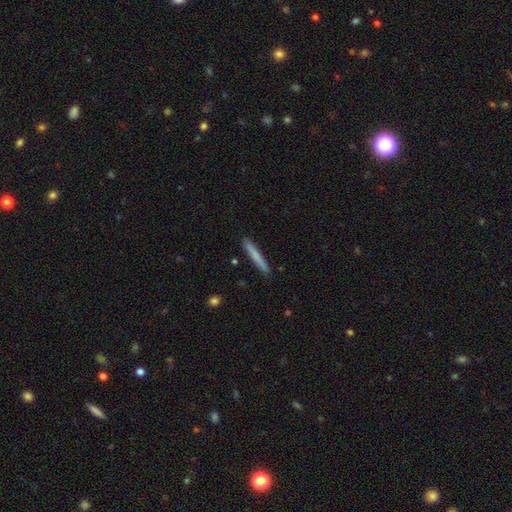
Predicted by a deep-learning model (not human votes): smooth-or-featured: smooth: 75% | featured or disk: 19% | star or artifact: 6%
  how-rounded: cigar-shaped: 96% | in between: 3% | round: 1%
  merging: none: 90% | minor disturbance: 7% | major disturbance: 1% | merger: 1%